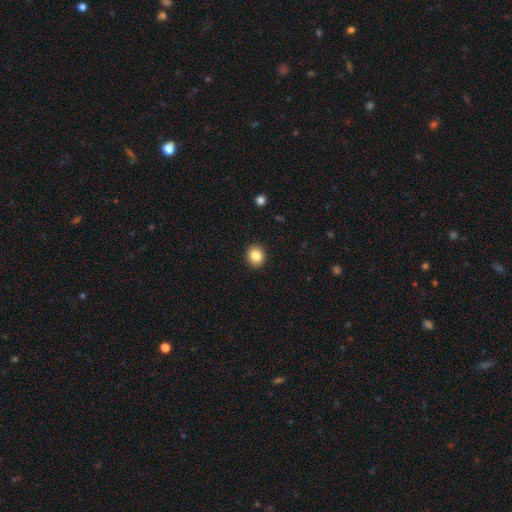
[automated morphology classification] Smooth or featured: smooth — 86% (star or artifact — 9%)
How rounded: round — 72% (in between — 27%)
Merging: none — 92% (minor disturbance — 6%)